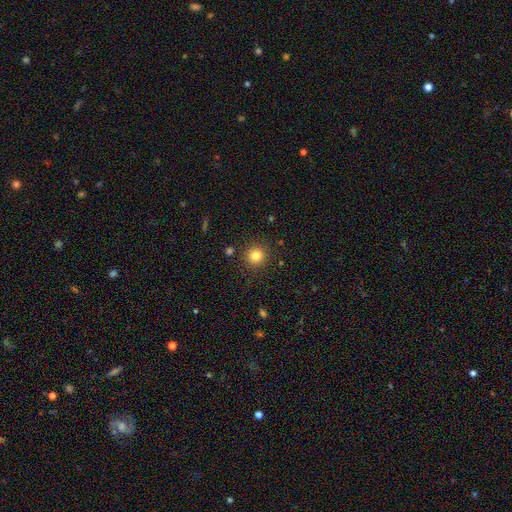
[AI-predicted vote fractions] A smooth galaxy with no disk features (82%) that is round (93%). Merging: none (89%).